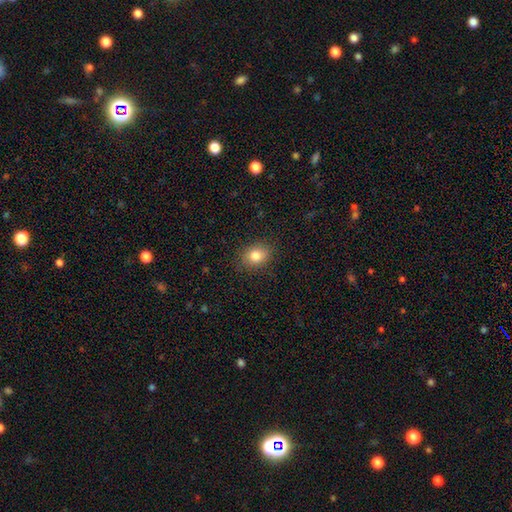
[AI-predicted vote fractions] Overall: smooth (81%). How rounded: in between (52%; round 47%). Merging: none (87%).